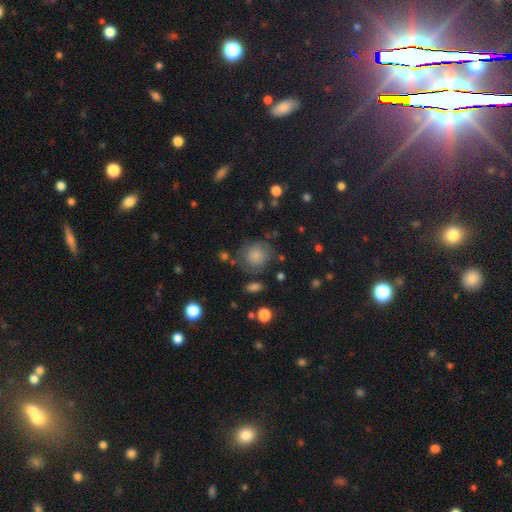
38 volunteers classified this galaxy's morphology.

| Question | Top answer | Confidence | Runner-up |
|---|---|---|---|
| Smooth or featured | smooth | 79% | featured or disk (13%) |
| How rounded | round | 90% | in between (10%) |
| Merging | none | 54% | minor disturbance (34%) |